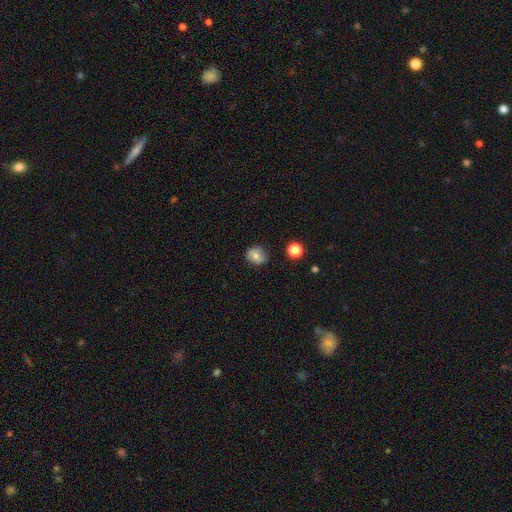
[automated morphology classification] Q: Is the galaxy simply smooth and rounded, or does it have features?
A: smooth — 74%.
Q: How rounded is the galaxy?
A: round — 73%.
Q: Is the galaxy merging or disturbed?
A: none — 79%.